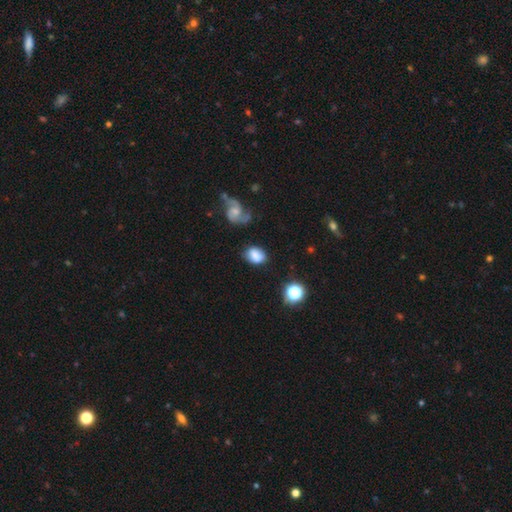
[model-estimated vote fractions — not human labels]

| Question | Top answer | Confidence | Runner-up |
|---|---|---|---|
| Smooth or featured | smooth | 71% | featured or disk (18%) |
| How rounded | in between | 74% | round (25%) |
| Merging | none | 61% | minor disturbance (22%) |